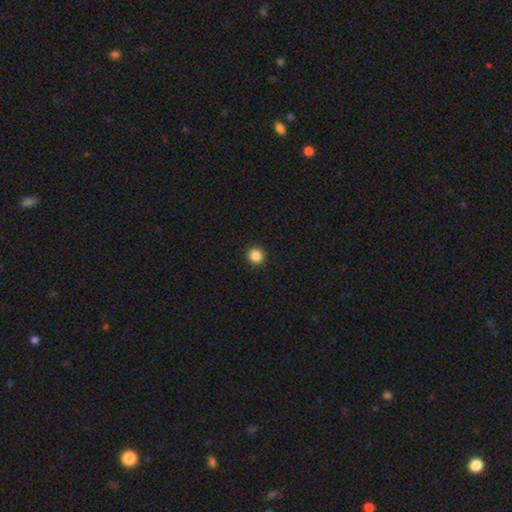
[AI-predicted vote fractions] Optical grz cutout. It shows a smooth galaxy with no disk features (87%) that is round (95%). Merging: none (93%).